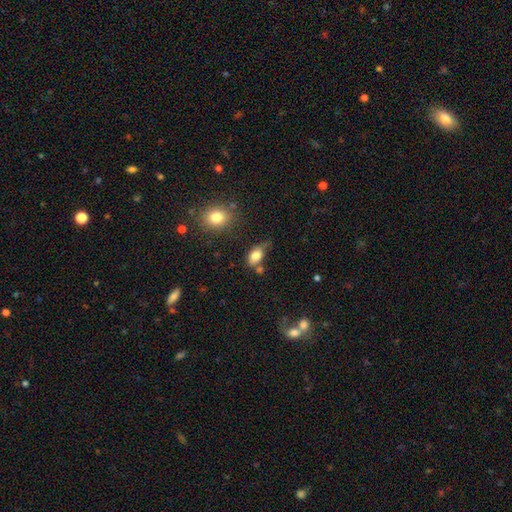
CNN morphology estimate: This appears to be a smooth galaxy with no disk features (81%) that is in between round and cigar-shaped (86%). Merging: none (48%).